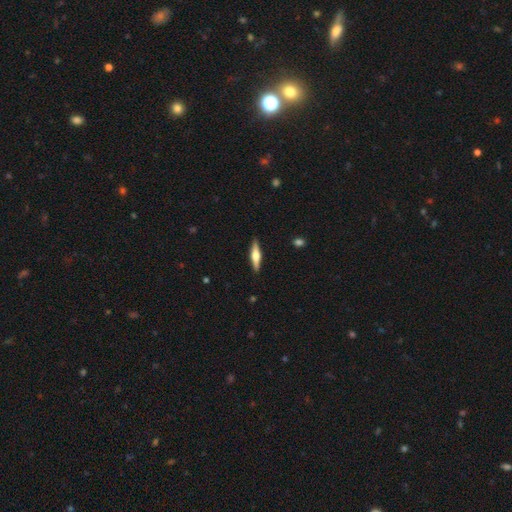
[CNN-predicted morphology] Overall: featured or disk (57%; smooth 37%). Edge-on disk: yes (96%). Edge-on bulge: rounded (86%). Merging: none (90%).